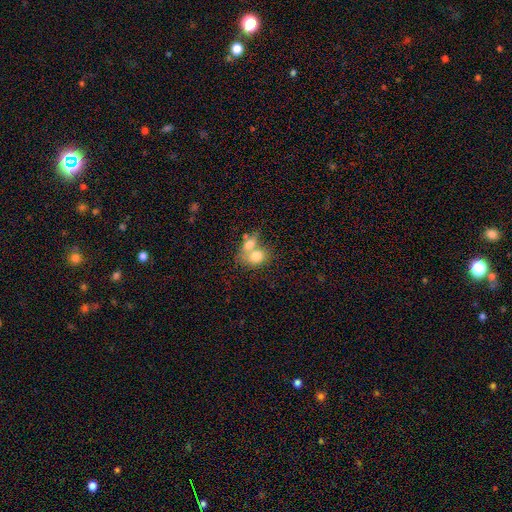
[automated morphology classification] A smooth galaxy with no disk features (74%) that is in between round and cigar-shaped (55%).

Vote fractions:
- Smooth or featured? smooth: 74% / featured or disk: 18% / star or artifact: 8%
- How rounded? in between: 55% / round: 43% / cigar-shaped: 2%
- Merging? merger: 69% / none: 19% / minor disturbance: 7% / major disturbance: 5%